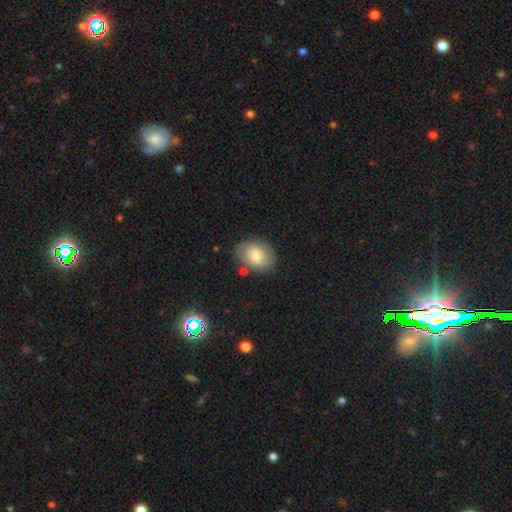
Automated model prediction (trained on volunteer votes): Smooth or featured? smooth (68%)
How rounded? in between (63%)
Merging? none (70%)